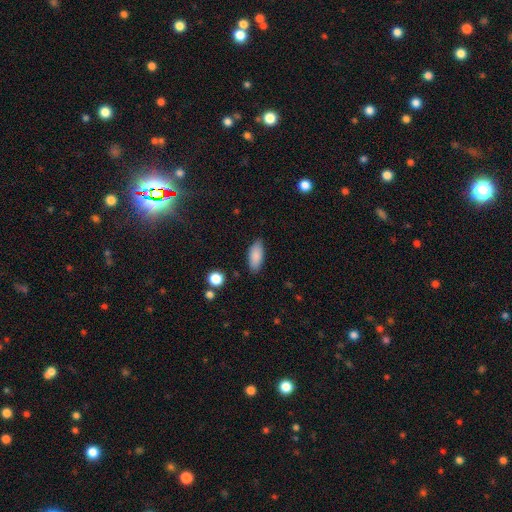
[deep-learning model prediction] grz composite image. It shows a smooth galaxy with no disk features (87%) that is in between round and cigar-shaped (82%). Merging: none (84%).